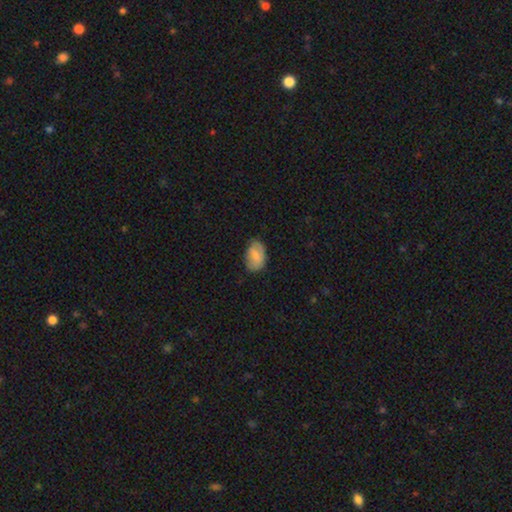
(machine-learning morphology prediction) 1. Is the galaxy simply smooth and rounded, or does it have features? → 78% smooth, 15% featured or disk, 8% star or artifact.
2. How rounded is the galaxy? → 91% in between, 7% round, 2% cigar-shaped.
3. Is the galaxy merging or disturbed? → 71% none, 22% minor disturbance, 5% major disturbance, 1% merger.